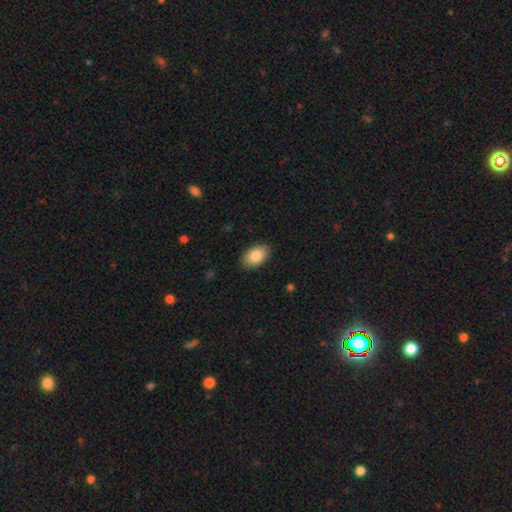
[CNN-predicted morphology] Smooth or featured?
  - smooth: 86% *
  - featured or disk: 8%
  - star or artifact: 7%
How rounded?
  - in between: 91% *
  - round: 8%
  - cigar-shaped: 1%
Merging?
  - none: 88% *
  - minor disturbance: 9%
  - major disturbance: 2%
  - merger: 1%